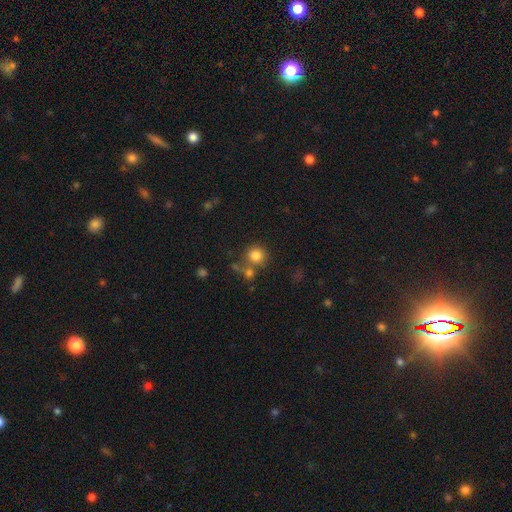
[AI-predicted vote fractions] Smooth or featured? smooth (81%)
How rounded? round (88%)
Merging? none (62%)